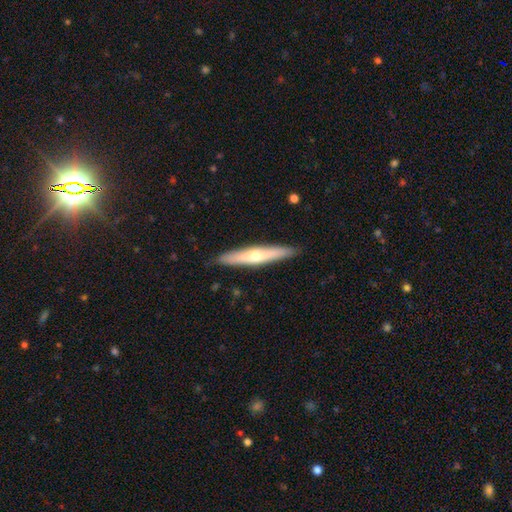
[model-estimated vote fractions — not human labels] featured or disk 52%, smooth 43%, star or artifact 6%. Down the decision tree: edge-on disk — yes (91%); merging — none (90%).